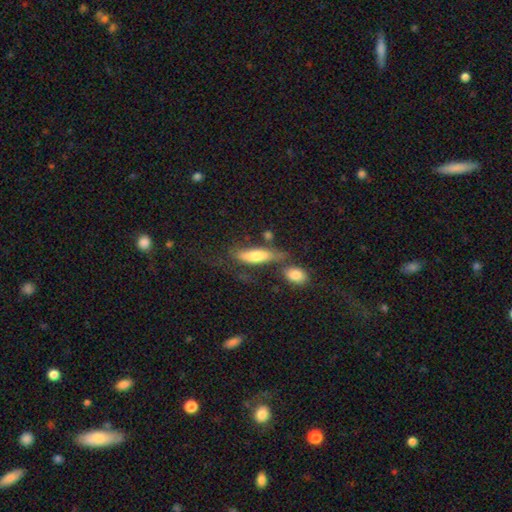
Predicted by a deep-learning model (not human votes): Smooth or featured? smooth (65%)
How rounded? in between (51%)
Merging? none (43%)